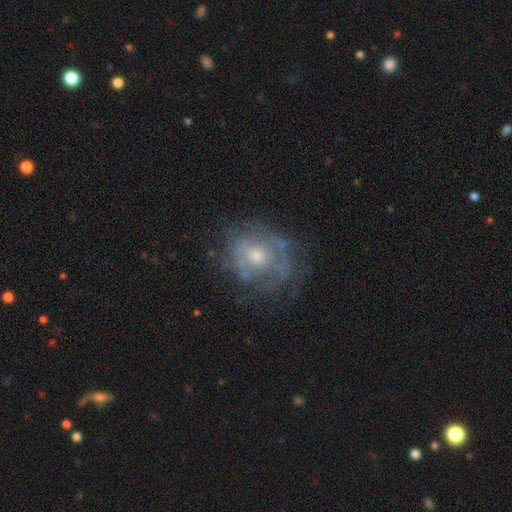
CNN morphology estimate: The model was most divided on "bulge size": small: 48%, moderate: 46%, large: 3%, none: 2%, dominant: 1%. More confident: edge-on disk — no (97%); bar — no (81%); smooth or featured — featured or disk (67%); merging — none (58%); spiral arms — yes (56%).